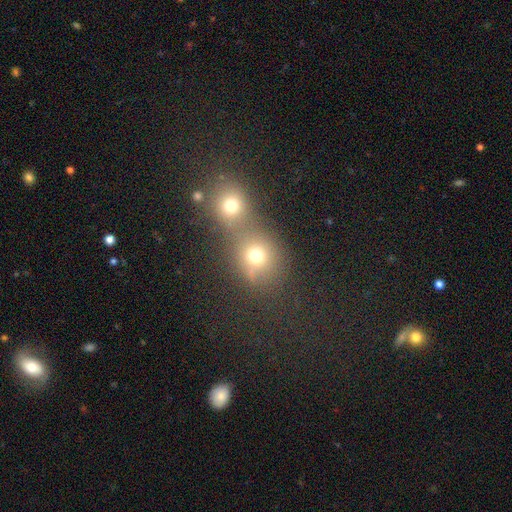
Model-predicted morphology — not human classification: Overall: smooth (71%). How rounded: round (76%). Merging: merger (59%; none 31%).